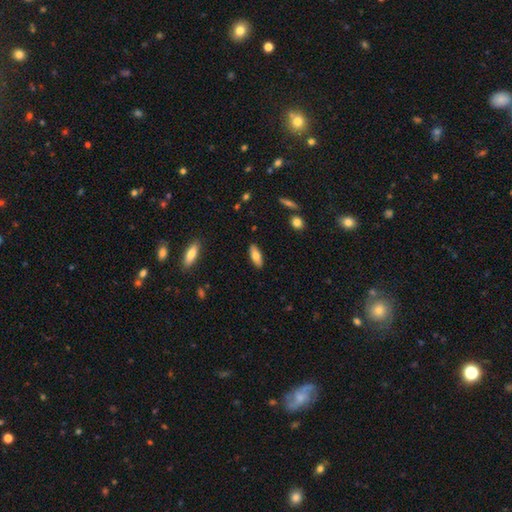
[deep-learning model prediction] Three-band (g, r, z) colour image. It shows a smooth galaxy with no disk features (72%) that is in between round and cigar-shaped (70%). Merging: none (88%).